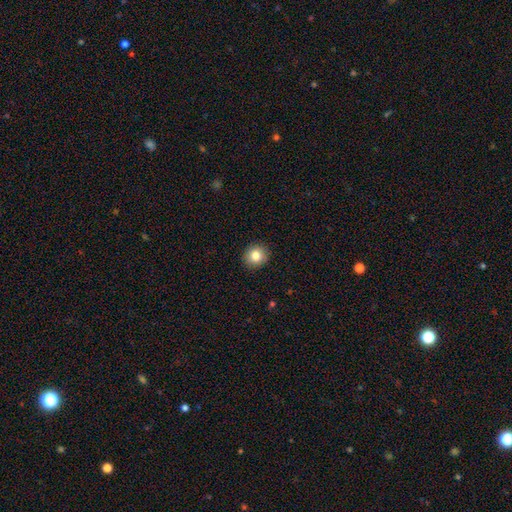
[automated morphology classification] This is clearly a smooth galaxy (82%). How rounded: clearly round (86%). Merging: clearly none (92%).